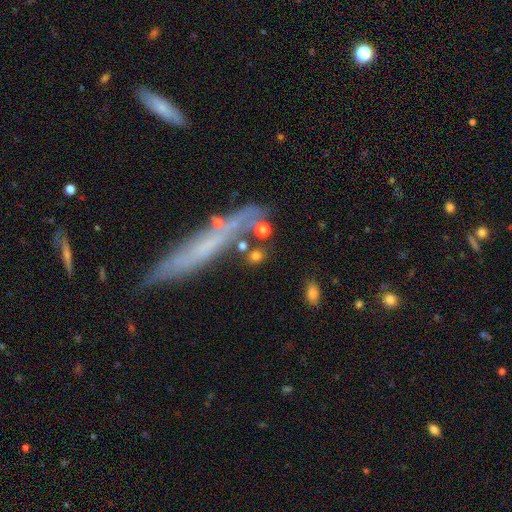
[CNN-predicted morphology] Smooth or featured?
  - smooth: 72% *
  - featured or disk: 14%
  - star or artifact: 14%
How rounded?
  - round: 67% *
  - in between: 20%
  - cigar-shaped: 13%
Merging?
  - none: 68% *
  - merger: 13%
  - minor disturbance: 12%
  - major disturbance: 7%